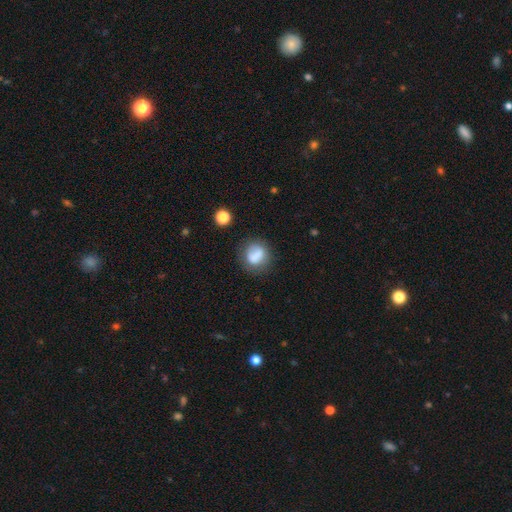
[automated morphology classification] Smooth or featured? smooth (76%)
How rounded? round (70%)
Merging? none (61%)